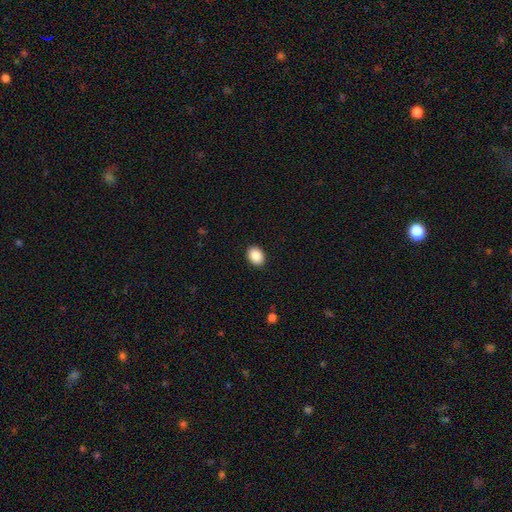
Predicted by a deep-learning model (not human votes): This is clearly a smooth galaxy (89%). How rounded: likely in between (67%). Merging: clearly none (91%).